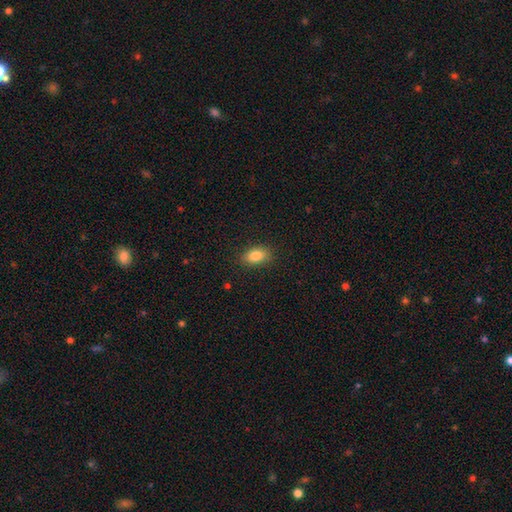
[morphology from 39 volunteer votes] This is clearly a smooth galaxy (82%). How rounded: clearly in between (84%). Merging: clearly none (89%).